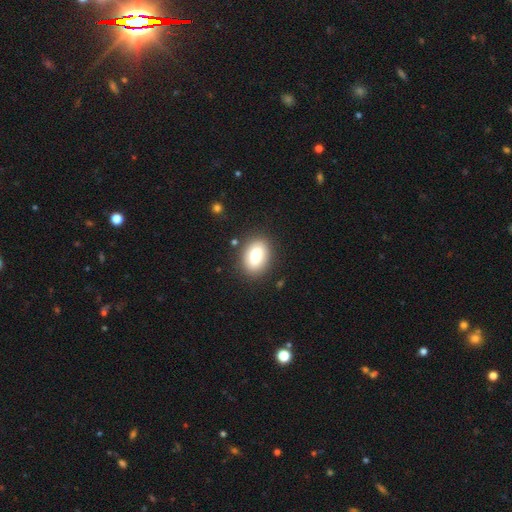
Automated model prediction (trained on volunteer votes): A smooth galaxy with no disk features (81%) that is in between round and cigar-shaped (85%).

Vote fractions:
- Smooth or featured? smooth: 81% / featured or disk: 11% / star or artifact: 8%
- How rounded? in between: 85% / round: 13% / cigar-shaped: 2%
- Merging? none: 85% / minor disturbance: 10% / major disturbance: 3% / merger: 2%